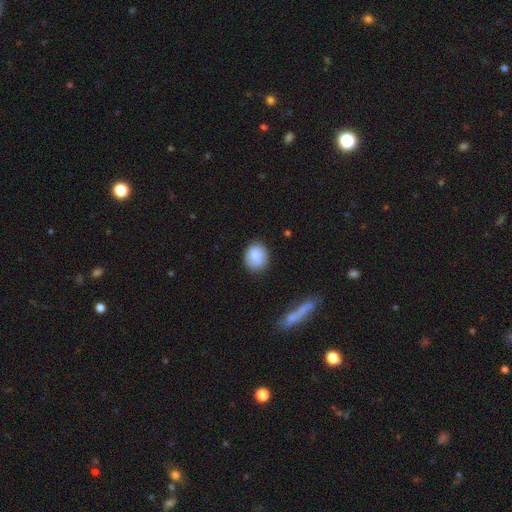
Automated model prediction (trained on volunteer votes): Overall: smooth (84%). How rounded: round (70%). Merging: none (79%).